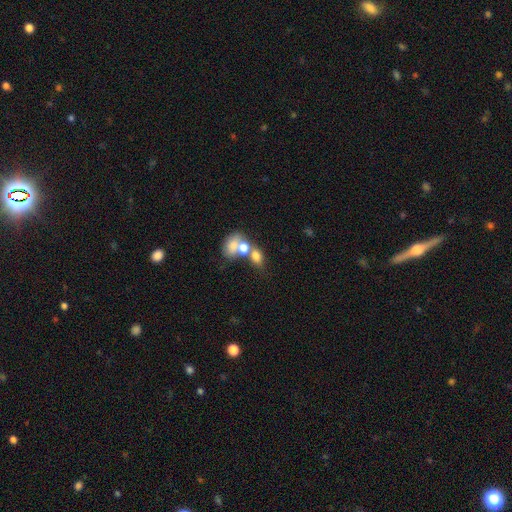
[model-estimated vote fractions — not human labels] Smooth or featured? smooth (71%)
How rounded? in between (69%)
Merging? merger (56%)